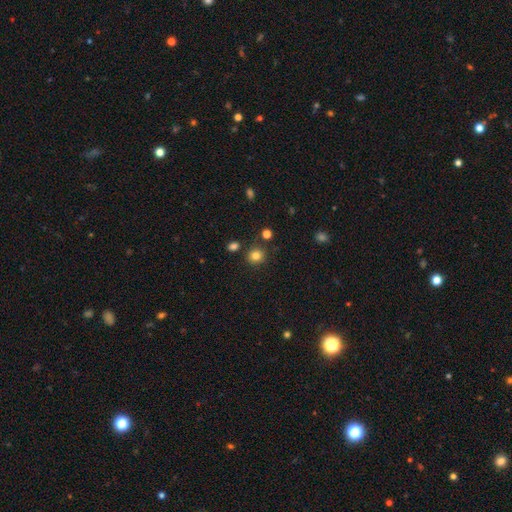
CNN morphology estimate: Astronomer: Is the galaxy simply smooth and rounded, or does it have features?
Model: smooth — 81%.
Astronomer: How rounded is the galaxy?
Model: round — 87%.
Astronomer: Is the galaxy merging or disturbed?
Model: none — 84%.